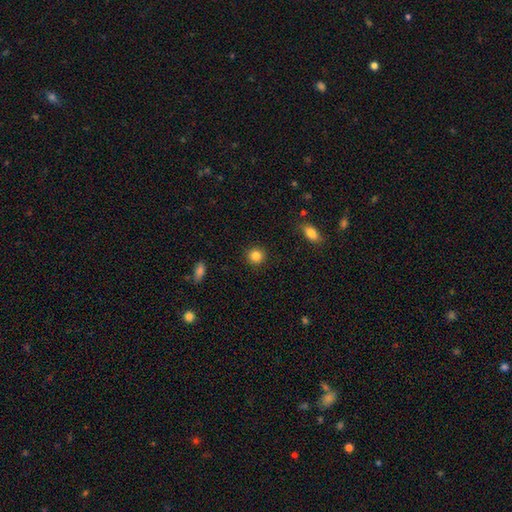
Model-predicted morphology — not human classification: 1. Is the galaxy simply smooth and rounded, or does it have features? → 86% smooth, 10% star or artifact, 4% featured or disk.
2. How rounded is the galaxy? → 92% round, 7% in between, 1% cigar-shaped.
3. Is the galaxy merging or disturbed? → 91% none, 6% minor disturbance, 2% major disturbance, 1% merger.